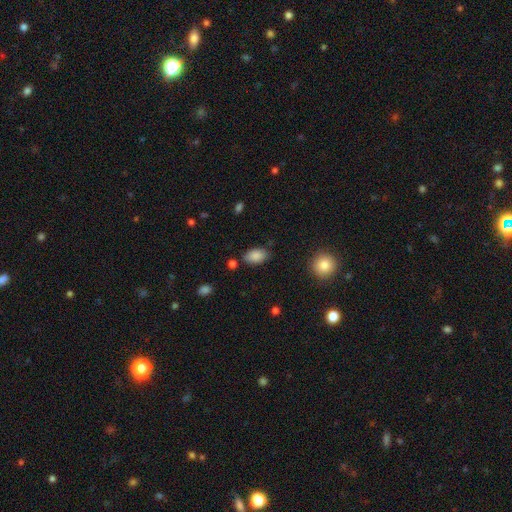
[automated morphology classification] A smooth galaxy with no disk features (87%) that is in between round and cigar-shaped (92%).

Vote fractions:
- Smooth or featured? smooth: 87% / star or artifact: 8% / featured or disk: 5%
- How rounded? in between: 92% / round: 6% / cigar-shaped: 2%
- Merging? none: 81% / minor disturbance: 13% / major disturbance: 3% / merger: 3%